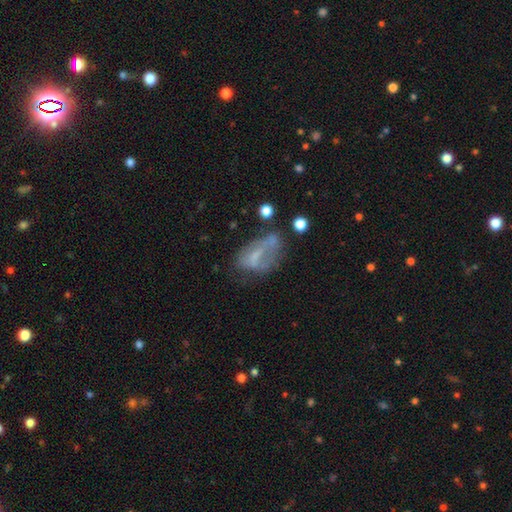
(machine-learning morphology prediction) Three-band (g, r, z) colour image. It shows a featured or disk galaxy (45%). Merging: none (34%).